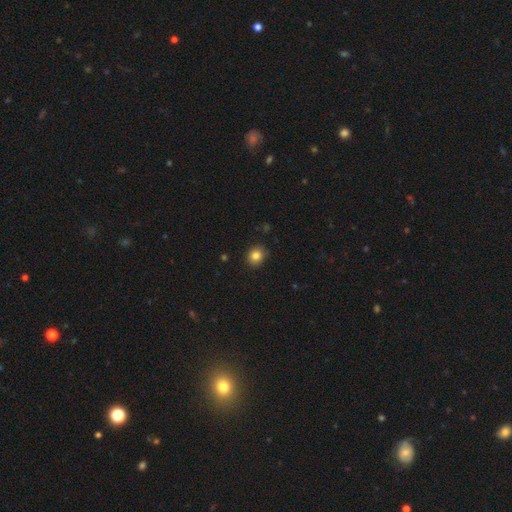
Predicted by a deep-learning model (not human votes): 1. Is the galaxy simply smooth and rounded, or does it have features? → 84% smooth, 10% star or artifact, 6% featured or disk.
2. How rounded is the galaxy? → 67% round, 32% in between, 1% cigar-shaped.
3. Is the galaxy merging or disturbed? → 85% none, 11% minor disturbance, 2% major disturbance, 1% merger.